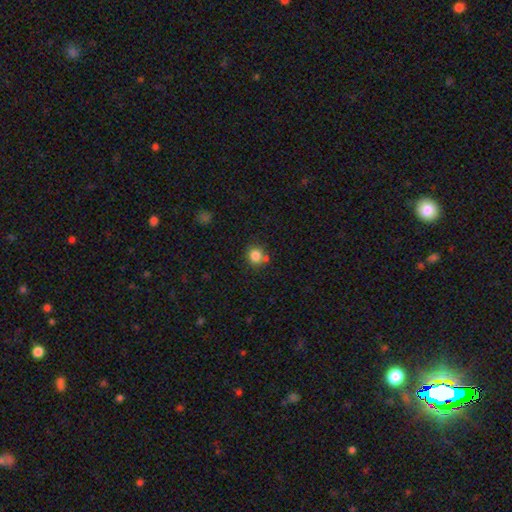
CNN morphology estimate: This is clearly a smooth galaxy (83%). How rounded: clearly round (87%). Merging: likely none (70%).